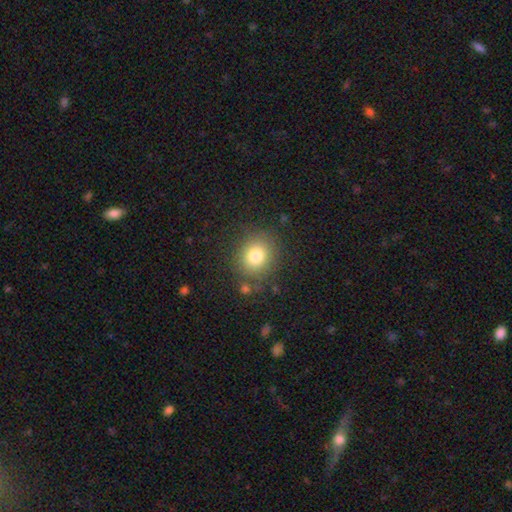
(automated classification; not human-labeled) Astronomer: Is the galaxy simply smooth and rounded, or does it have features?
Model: smooth — 79%.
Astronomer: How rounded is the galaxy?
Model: round — 76%.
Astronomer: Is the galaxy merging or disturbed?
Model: none — 82%.